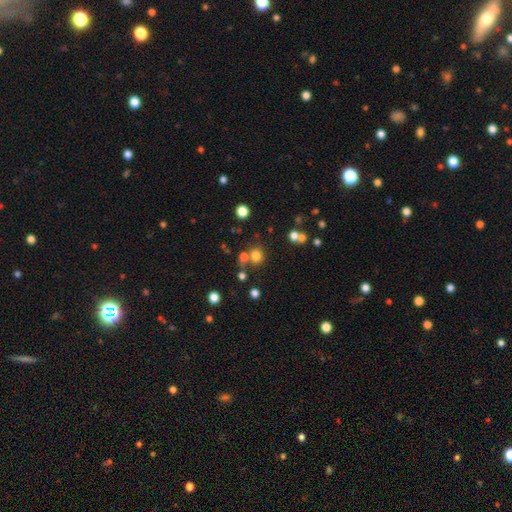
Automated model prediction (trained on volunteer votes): This is likely a smooth galaxy (73%). How rounded: clearly round (81%). Merging: likely none (67%).